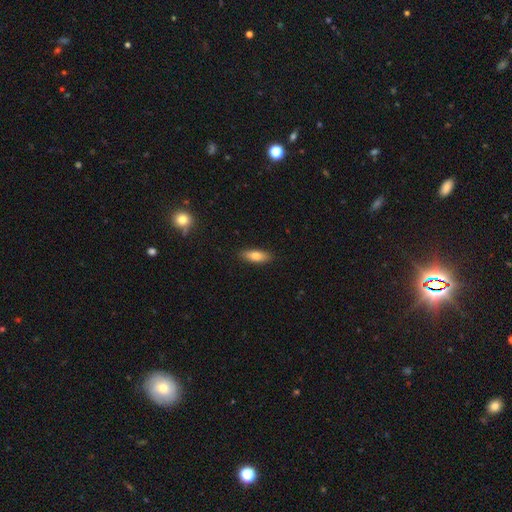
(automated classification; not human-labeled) A smooth galaxy with no disk features (77%) that is in between round and cigar-shaped (65%).

Vote fractions:
- Smooth or featured? smooth: 77% / featured or disk: 16% / star or artifact: 7%
- How rounded? in between: 65% / cigar-shaped: 33% / round: 2%
- Merging? none: 88% / minor disturbance: 9% / major disturbance: 2% / merger: 1%